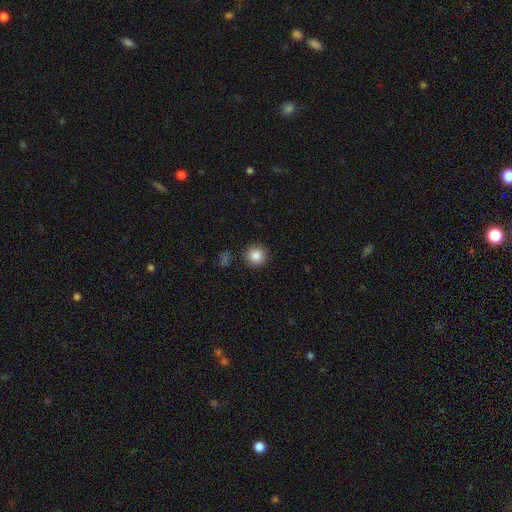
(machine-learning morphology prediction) Smooth or featured?
  - smooth: 86% *
  - star or artifact: 10%
  - featured or disk: 5%
How rounded?
  - round: 94% *
  - in between: 5%
  - cigar-shaped: 1%
Merging?
  - none: 90% *
  - minor disturbance: 6%
  - merger: 2%
  - major disturbance: 2%